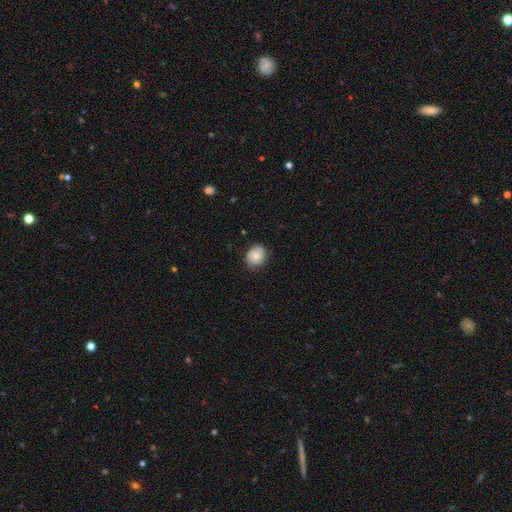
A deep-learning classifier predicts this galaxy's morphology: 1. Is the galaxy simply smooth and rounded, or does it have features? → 59% smooth, 32% featured or disk, 8% star or artifact.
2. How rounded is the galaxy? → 68% round, 31% in between, 1% cigar-shaped.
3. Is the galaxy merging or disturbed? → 76% none, 19% minor disturbance, 4% major disturbance, 1% merger.